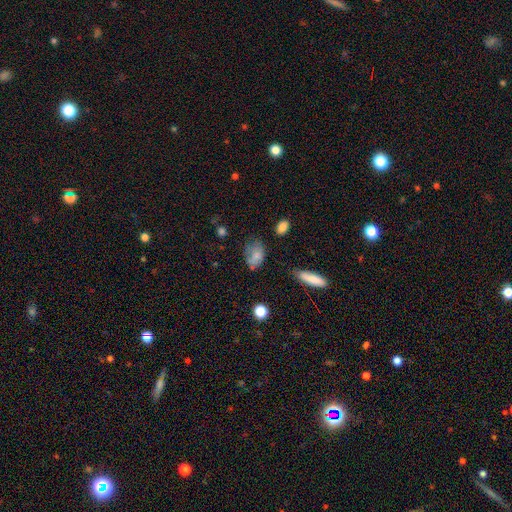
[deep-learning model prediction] This is likely a smooth galaxy (73%). How rounded: clearly in between (81%). Merging: possibly none (47%).